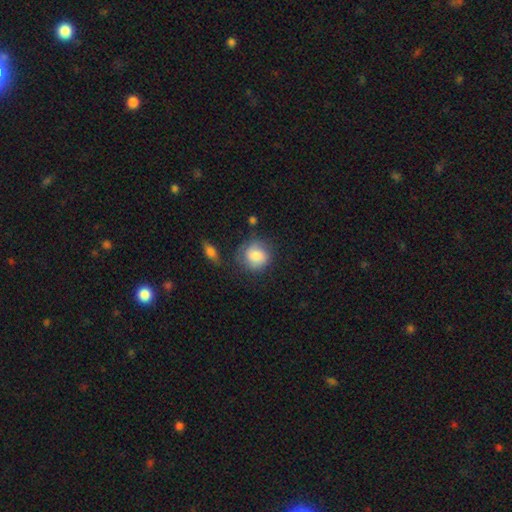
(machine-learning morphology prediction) A smooth galaxy with no disk features (74%) that is round (82%). Merging: none (64%).